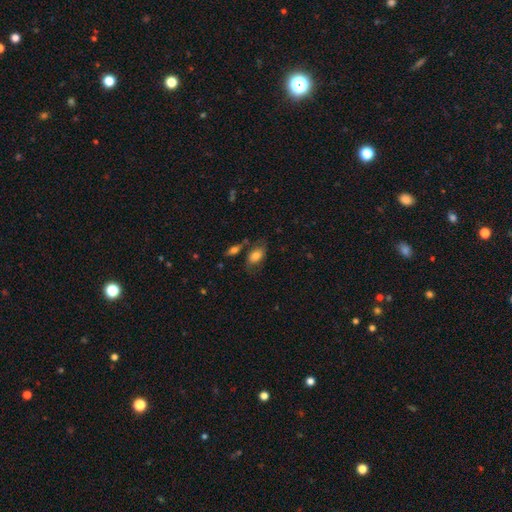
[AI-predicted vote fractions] Smooth or featured: smooth — 71% (featured or disk — 20%)
How rounded: in between — 89% (round — 8%)
Merging: none — 58% (minor disturbance — 21%)